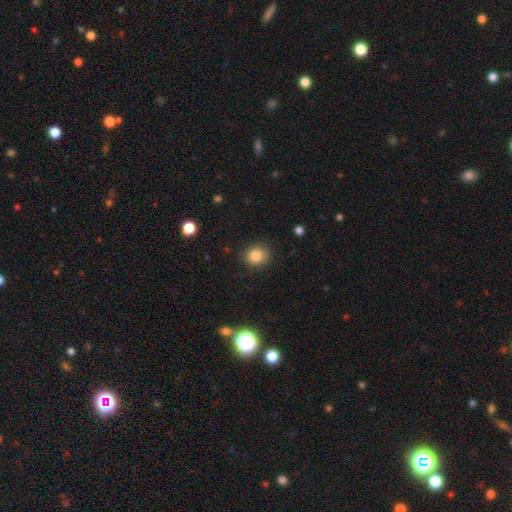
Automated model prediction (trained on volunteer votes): The model was most divided on "how rounded": round: 75%, in between: 25%, cigar-shaped: 1%. More confident: smooth or featured — smooth (85%); merging — none (82%).